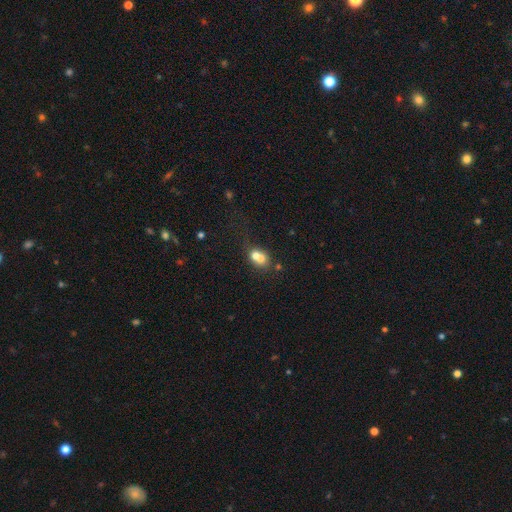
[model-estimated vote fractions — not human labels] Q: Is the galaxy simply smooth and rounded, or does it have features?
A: smooth — 65%.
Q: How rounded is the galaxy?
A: round — 59%.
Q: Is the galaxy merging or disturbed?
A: merger — 65%.